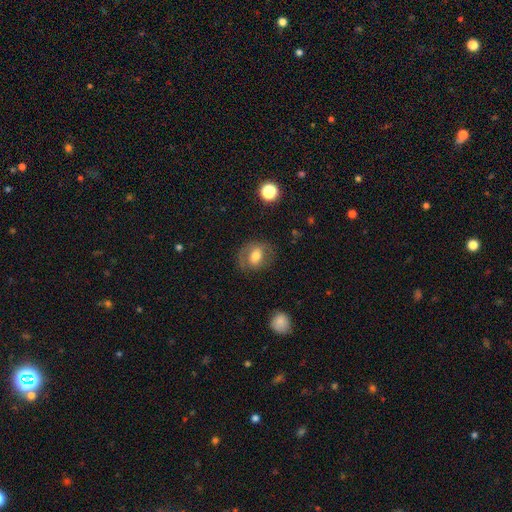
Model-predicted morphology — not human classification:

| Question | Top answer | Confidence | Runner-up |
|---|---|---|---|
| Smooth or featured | smooth | 53% | featured or disk (38%) |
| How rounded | in between | 50% | round (49%) |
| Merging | none | 70% | minor disturbance (17%) |